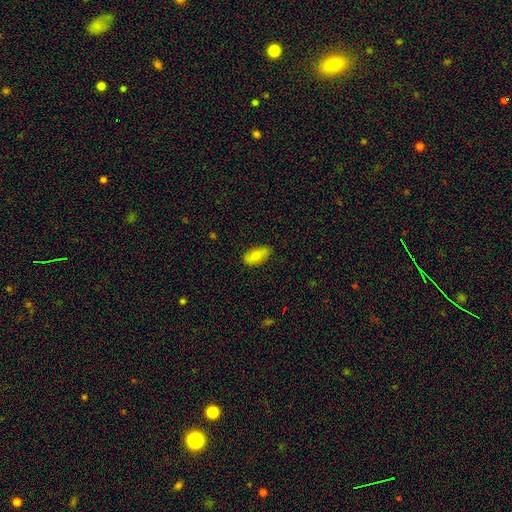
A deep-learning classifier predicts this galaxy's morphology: Smooth or featured? smooth (70%)
How rounded? in between (89%)
Merging? none (85%)